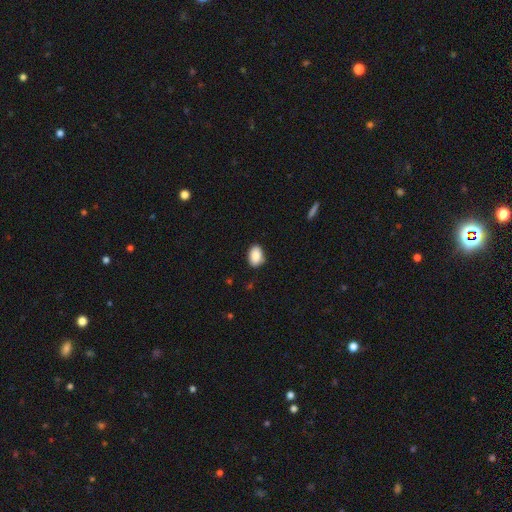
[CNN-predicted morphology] This is clearly a smooth galaxy (88%). How rounded: clearly in between (85%). Merging: clearly none (84%).